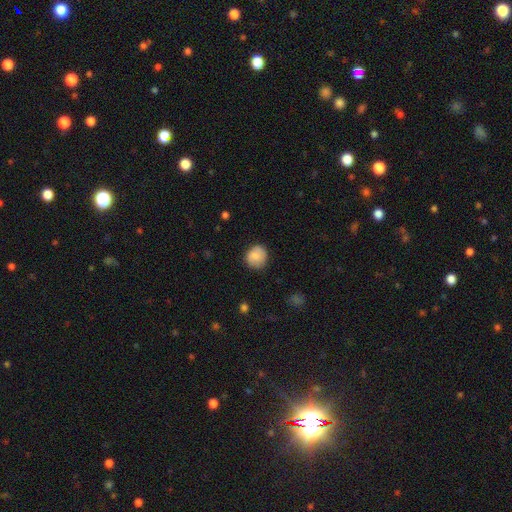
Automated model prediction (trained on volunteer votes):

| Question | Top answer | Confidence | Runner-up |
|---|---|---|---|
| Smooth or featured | smooth | 83% | featured or disk (9%) |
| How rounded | round | 85% | in between (14%) |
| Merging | none | 80% | minor disturbance (16%) |